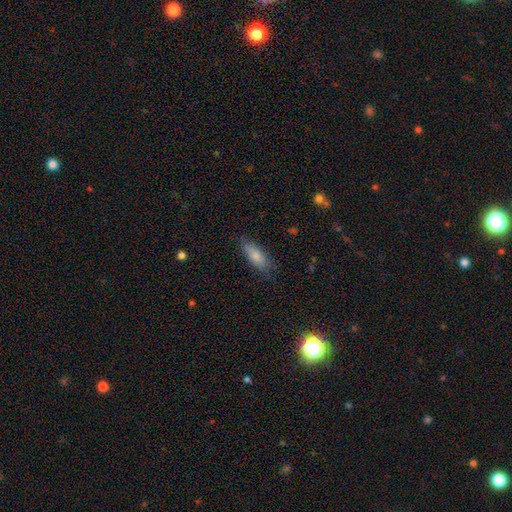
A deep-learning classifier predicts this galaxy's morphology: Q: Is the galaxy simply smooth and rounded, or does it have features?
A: smooth — 78%.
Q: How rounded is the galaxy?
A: in between — 70%.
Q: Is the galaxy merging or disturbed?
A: none — 75%.